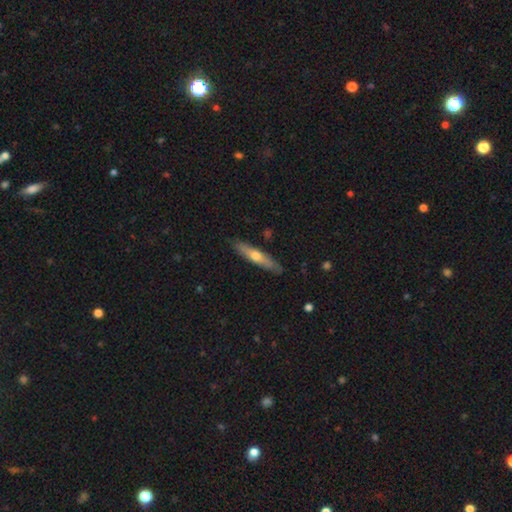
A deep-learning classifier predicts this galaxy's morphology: Q: Smooth or featured?
A: featured or disk (48%); runner-up: smooth (47%)
Q: Merging?
A: none (87%); runner-up: minor disturbance (10%)